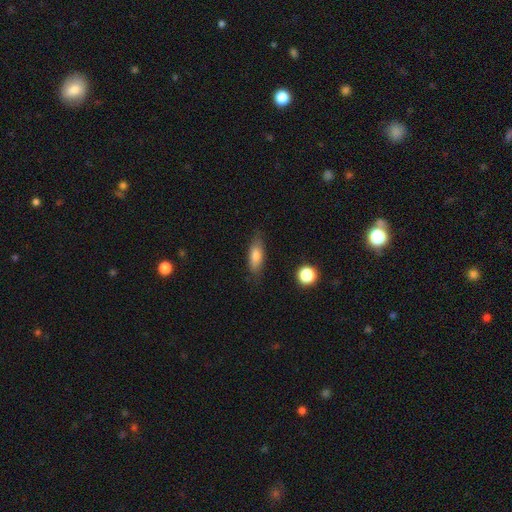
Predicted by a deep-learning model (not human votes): Smooth or featured: smooth — 77% (featured or disk — 15%)
How rounded: in between — 66% (cigar-shaped — 31%)
Merging: none — 78% (minor disturbance — 16%)